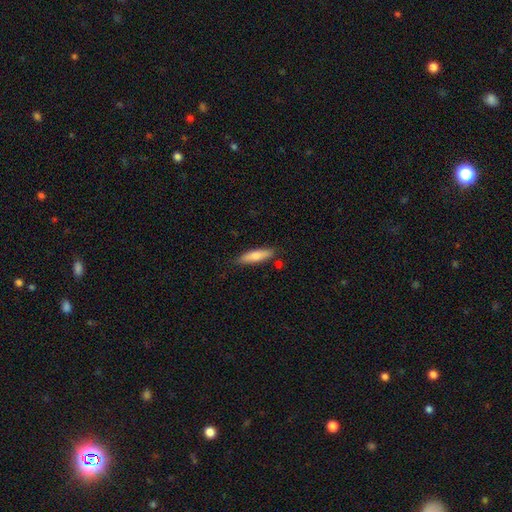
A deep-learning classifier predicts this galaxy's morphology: smooth 75%, featured or disk 19%, star or artifact 6%. Down the decision tree: how rounded — cigar-shaped (70%); merging — none (83%).